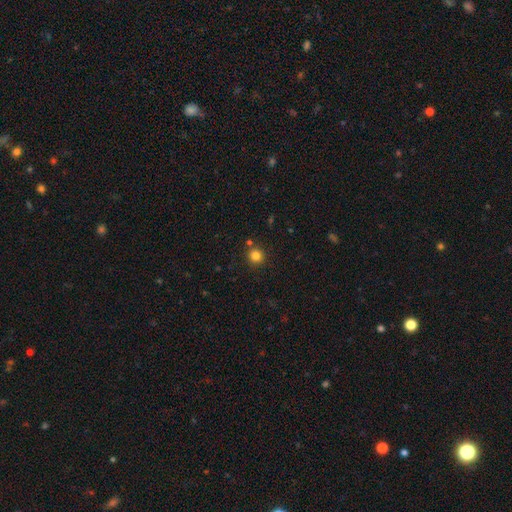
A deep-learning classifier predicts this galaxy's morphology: This appears to be a smooth galaxy with no disk features (82%) that is round (94%). Merging: none (85%).